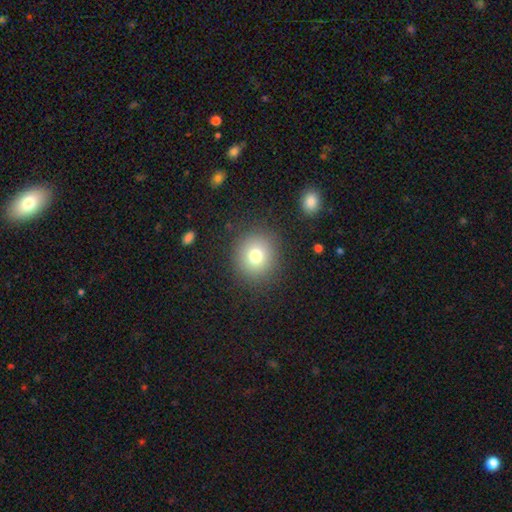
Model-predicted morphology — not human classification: smooth_or_featured: smooth (p=0.76) [alt: star or artifact p=0.13]
how_rounded: round (p=0.88) [alt: in between p=0.12]
merging: none (p=0.88) [alt: minor disturbance p=0.07]